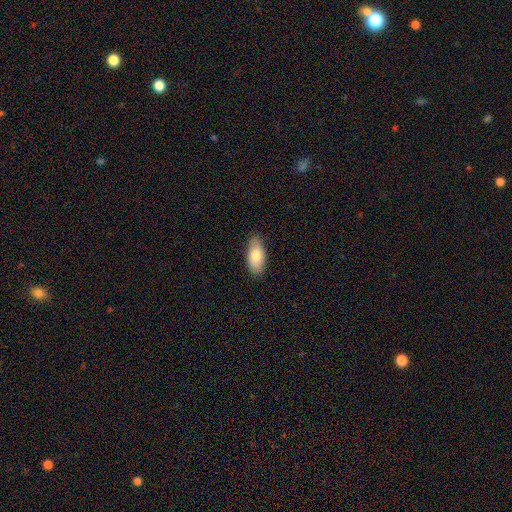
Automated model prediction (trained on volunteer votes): smooth_or_featured: smooth (p=0.80) [alt: featured or disk p=0.14]
how_rounded: in between (p=0.91) [alt: cigar-shaped p=0.07]
merging: none (p=0.86) [alt: minor disturbance p=0.11]